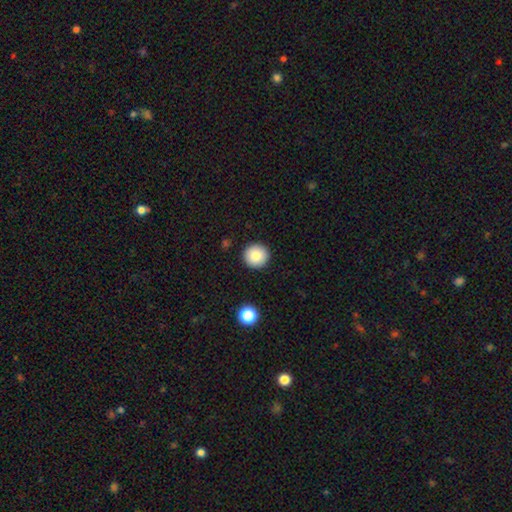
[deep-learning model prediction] Smooth or featured?
  - smooth: 85% *
  - star or artifact: 9%
  - featured or disk: 7%
How rounded?
  - round: 95% *
  - in between: 4%
  - cigar-shaped: 1%
Merging?
  - none: 92% *
  - minor disturbance: 5%
  - major disturbance: 2%
  - merger: 1%